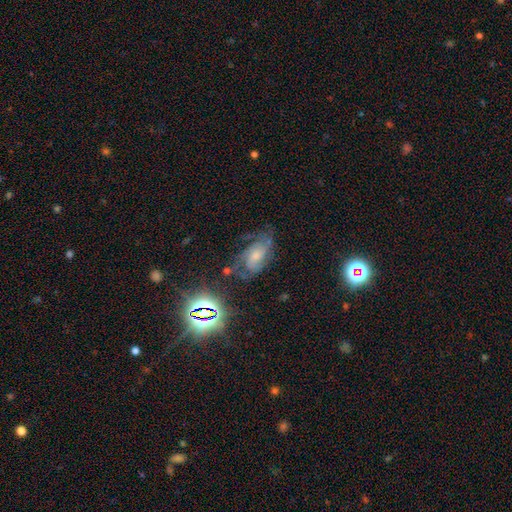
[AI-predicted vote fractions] Smooth or featured? featured or disk (63%)
Edge-on disk? no (95%)
Bar? no (66%)
Spiral arms? yes (89%)
Spiral winding? medium (43%)
Spiral arm count? can't tell (35%)
Bulge size? moderate (40%)
Merging? none (56%)